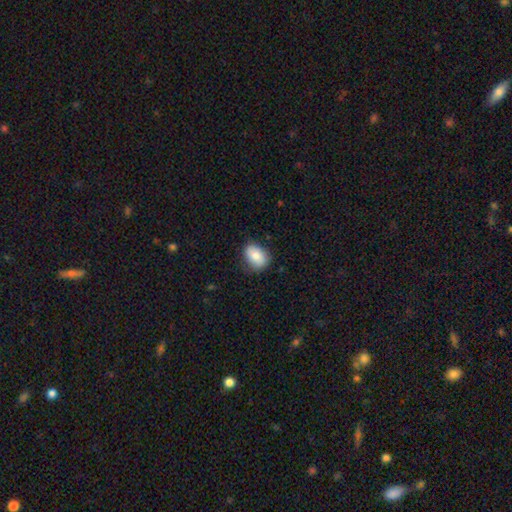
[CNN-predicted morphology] A smooth galaxy with no disk features (80%) that is in between round and cigar-shaped (72%). Merging: none (74%).